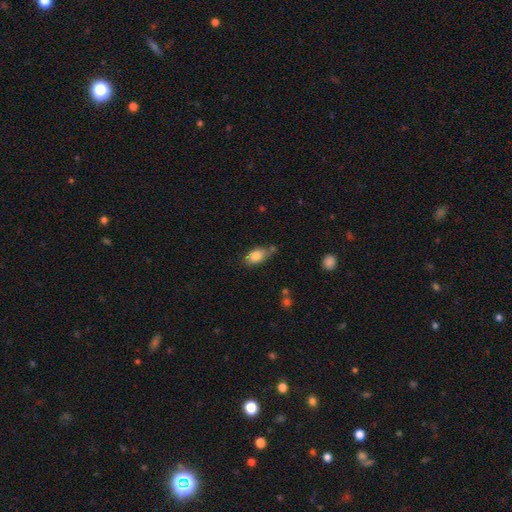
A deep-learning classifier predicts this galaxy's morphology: Smooth or featured: smooth — 80% (featured or disk — 12%)
How rounded: in between — 88% (round — 8%)
Merging: none — 61% (minor disturbance — 25%)